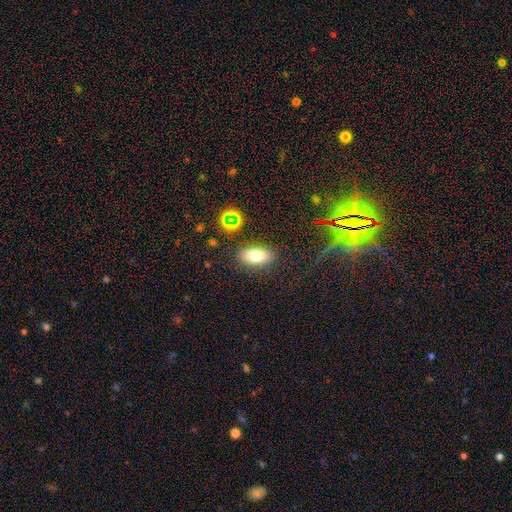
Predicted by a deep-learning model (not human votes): Smooth or featured: smooth — 72% (featured or disk — 14%)
How rounded: in between — 87% (round — 10%)
Merging: none — 83% (minor disturbance — 11%)